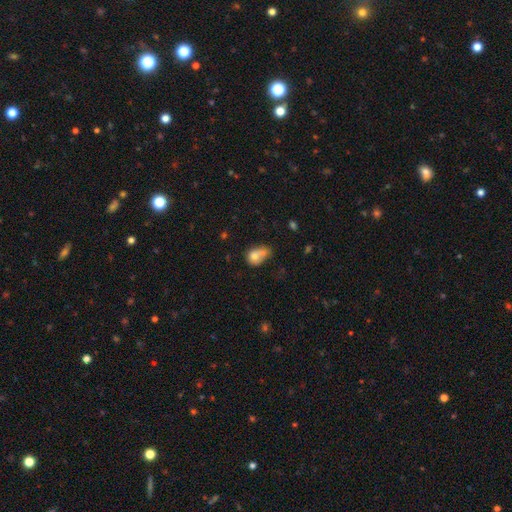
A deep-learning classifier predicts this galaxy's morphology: smooth_or_featured: smooth (p=0.72) [alt: featured or disk p=0.18]
how_rounded: in between (p=0.57) [alt: round p=0.41]
merging: merger (p=0.46) [alt: none p=0.23]